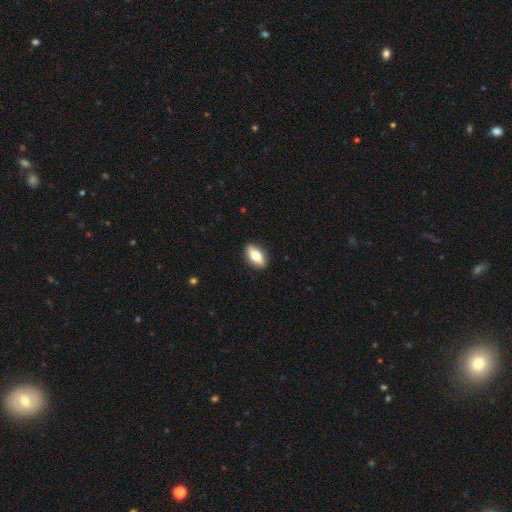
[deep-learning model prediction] Smooth or featured?
  - smooth: 70% *
  - featured or disk: 24%
  - star or artifact: 6%
How rounded?
  - in between: 86% *
  - cigar-shaped: 9%
  - round: 5%
Merging?
  - none: 89% *
  - minor disturbance: 8%
  - major disturbance: 2%
  - merger: 1%